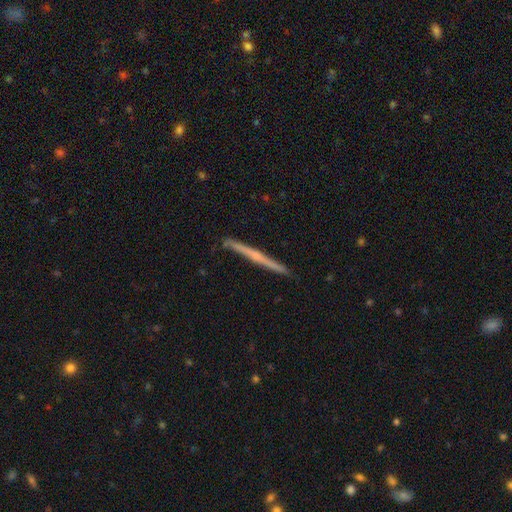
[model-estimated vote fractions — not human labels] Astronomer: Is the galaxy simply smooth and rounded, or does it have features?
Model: featured or disk — 64%.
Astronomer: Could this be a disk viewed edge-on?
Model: yes — 98%.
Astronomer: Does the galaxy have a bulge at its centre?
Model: none — 63%.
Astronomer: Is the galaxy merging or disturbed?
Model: none — 91%.